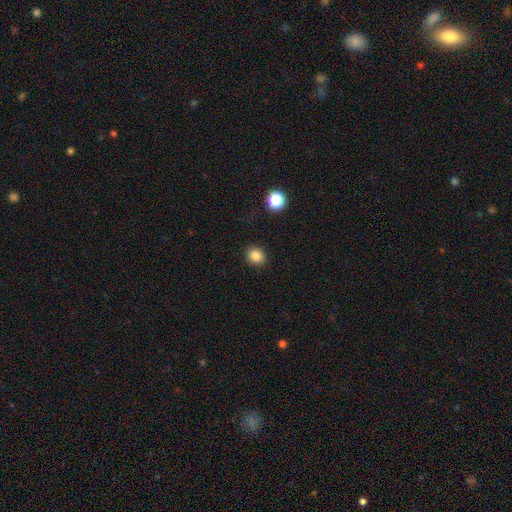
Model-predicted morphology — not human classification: Smooth or featured? smooth (85%)
How rounded? round (83%)
Merging? none (91%)